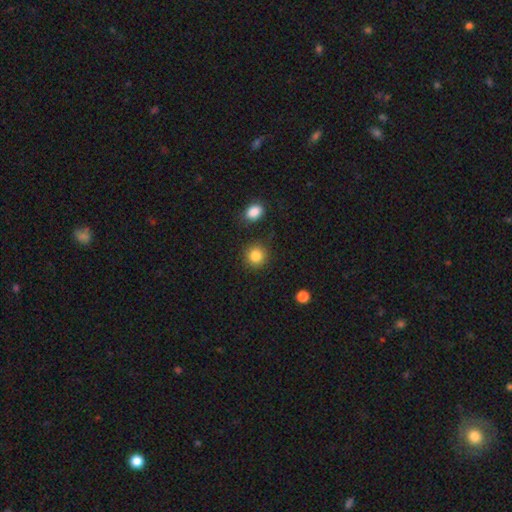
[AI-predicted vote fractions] smooth_or_featured: smooth (p=0.86) [alt: star or artifact p=0.09]
how_rounded: round (p=0.90) [alt: in between p=0.09]
merging: none (p=0.86) [alt: minor disturbance p=0.08]